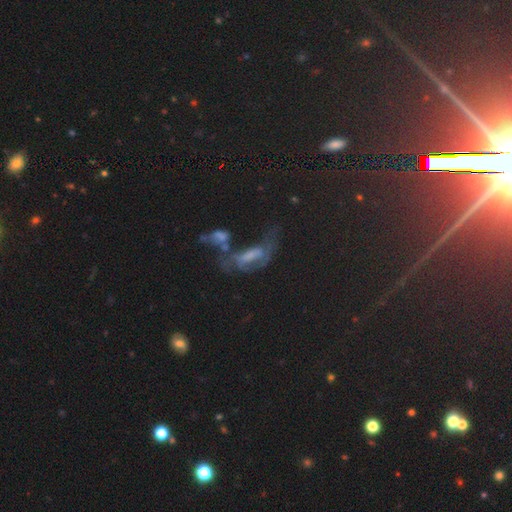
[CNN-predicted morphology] Smooth or featured? Predicted: star or artifact (p=0.48).